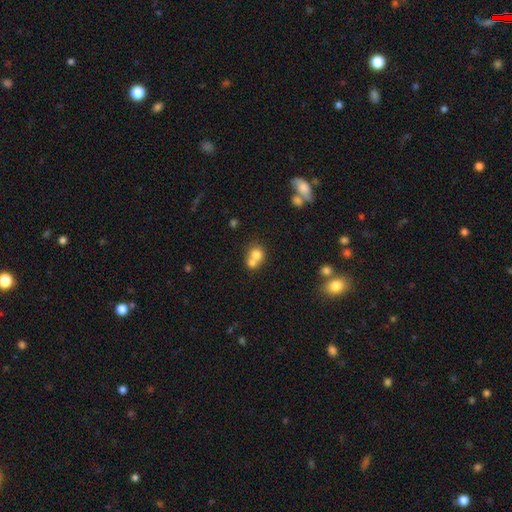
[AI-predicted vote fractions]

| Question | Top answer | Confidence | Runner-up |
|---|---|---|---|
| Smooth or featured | smooth | 74% | featured or disk (15%) |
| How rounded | round | 76% | in between (23%) |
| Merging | merger | 61% | none (31%) |